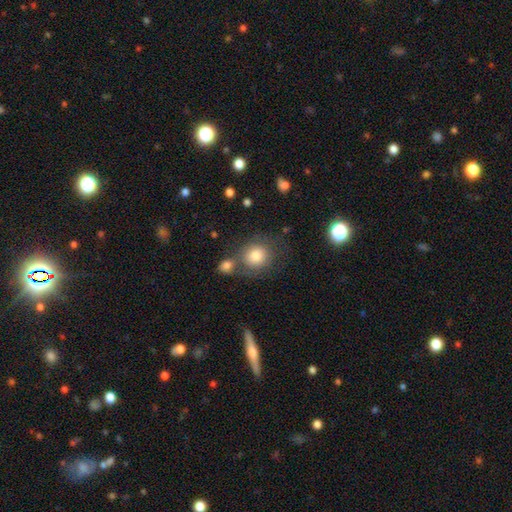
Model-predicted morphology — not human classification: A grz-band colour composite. It shows a smooth galaxy with no disk features (79%) that is round (80%). Merging: none (53%).